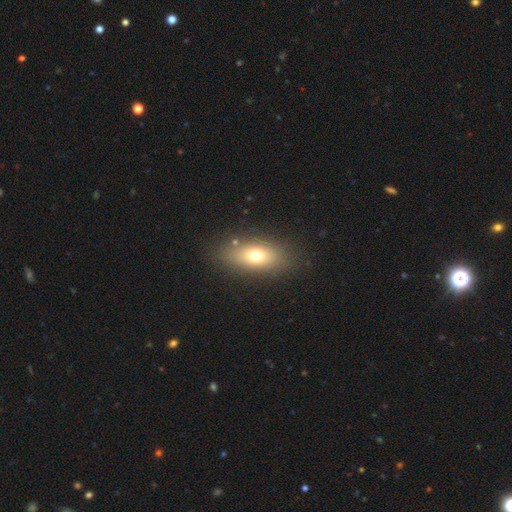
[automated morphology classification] Q: Smooth or featured?
A: smooth (69%); runner-up: featured or disk (19%)
Q: How rounded?
A: in between (81%); runner-up: round (11%)
Q: Merging?
A: none (83%); runner-up: minor disturbance (10%)